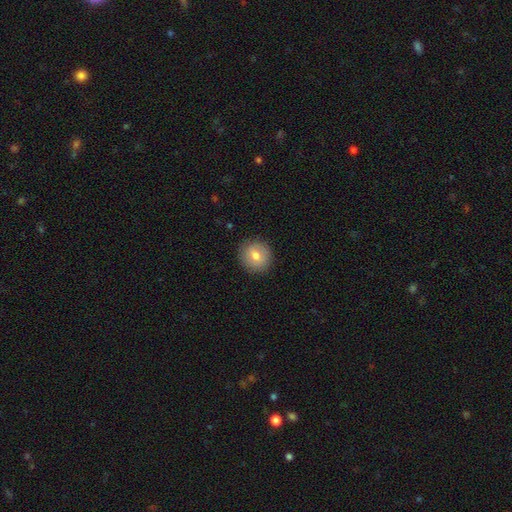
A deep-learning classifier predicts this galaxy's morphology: A smooth galaxy with no disk features (77%) that is round (90%).

Vote fractions:
- Smooth or featured? smooth: 77% / featured or disk: 15% / star or artifact: 9%
- How rounded? round: 90% / in between: 9% / cigar-shaped: 1%
- Merging? none: 90% / minor disturbance: 7% / major disturbance: 2% / merger: 1%